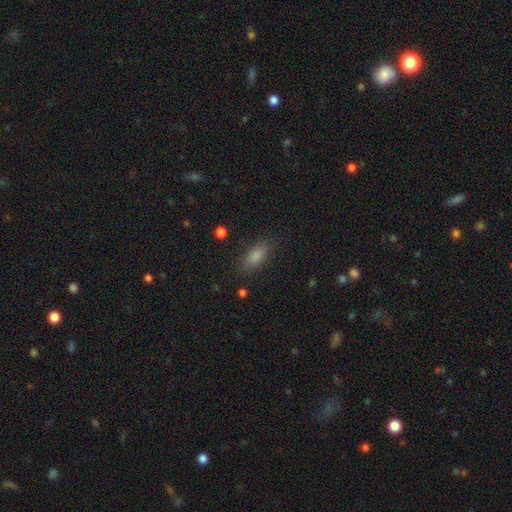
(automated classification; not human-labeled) A smooth galaxy with no disk features (77%) that is in between round and cigar-shaped (77%).

Vote fractions:
- Smooth or featured? smooth: 77% / star or artifact: 14% / featured or disk: 9%
- How rounded? in between: 77% / cigar-shaped: 18% / round: 6%
- Merging? none: 85% / minor disturbance: 10% / major disturbance: 3% / merger: 1%